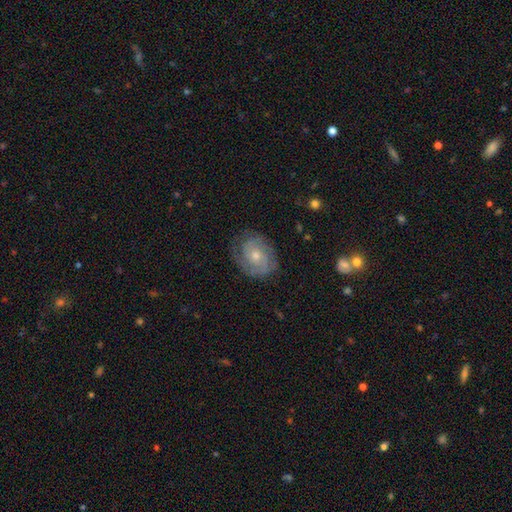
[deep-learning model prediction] Smooth or featured?
  - featured or disk: 78% *
  - smooth: 14%
  - star or artifact: 8%
Edge-on disk?
  - no: 97% *
  - yes: 3%
Bar?
  - no: 73% *
  - weak: 24%
  - strong: 4%
Spiral arms?
  - yes: 95% *
  - no: 5%
Spiral winding?
  - tight: 65% *
  - medium: 28%
  - loose: 7%
Spiral arm count?
  - 2: 42% *
  - can't tell: 23%
  - 3: 21%
  - 4: 5%
  - 1: 5%
  - more than 4: 4%
Bulge size?
  - small: 49% *
  - moderate: 47%
  - large: 2%
  - none: 1%
  - dominant: 1%
Merging?
  - none: 79% *
  - minor disturbance: 15%
  - major disturbance: 5%
  - merger: 1%